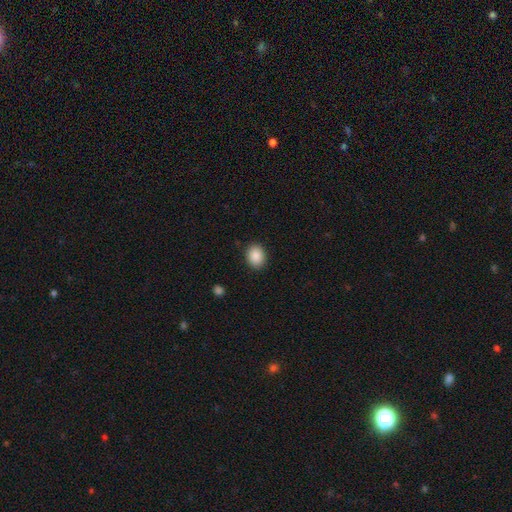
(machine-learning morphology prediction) Smooth or featured? Predicted: smooth (p=0.89). How rounded? Predicted: in between (p=0.55). Merging? Predicted: none (p=0.89).